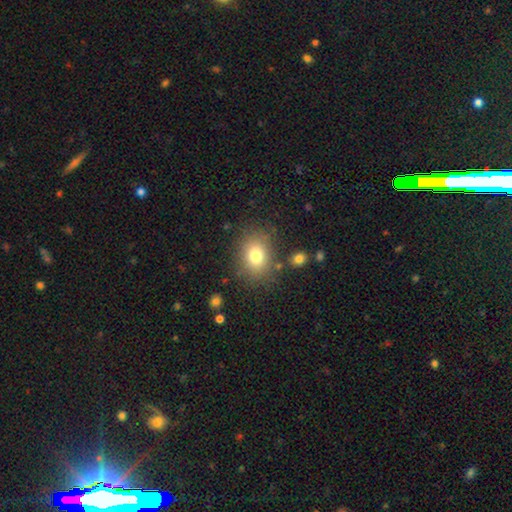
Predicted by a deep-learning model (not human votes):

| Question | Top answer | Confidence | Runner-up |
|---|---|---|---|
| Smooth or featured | smooth | 77% | star or artifact (12%) |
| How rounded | in between | 55% | round (44%) |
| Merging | none | 80% | minor disturbance (12%) |